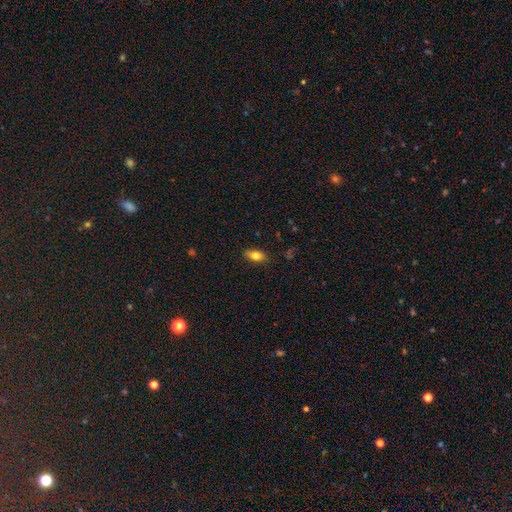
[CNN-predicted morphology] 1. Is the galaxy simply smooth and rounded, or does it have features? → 78% smooth, 13% featured or disk, 8% star or artifact.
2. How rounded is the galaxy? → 85% in between, 9% cigar-shaped, 6% round.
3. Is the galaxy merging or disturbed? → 86% none, 11% minor disturbance, 2% major disturbance, 1% merger.